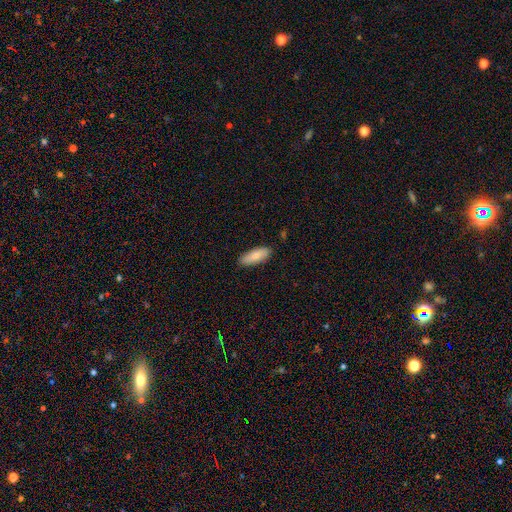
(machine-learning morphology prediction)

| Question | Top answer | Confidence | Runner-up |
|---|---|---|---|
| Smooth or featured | smooth | 78% | featured or disk (16%) |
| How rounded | in between | 72% | cigar-shaped (26%) |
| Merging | none | 88% | minor disturbance (10%) |